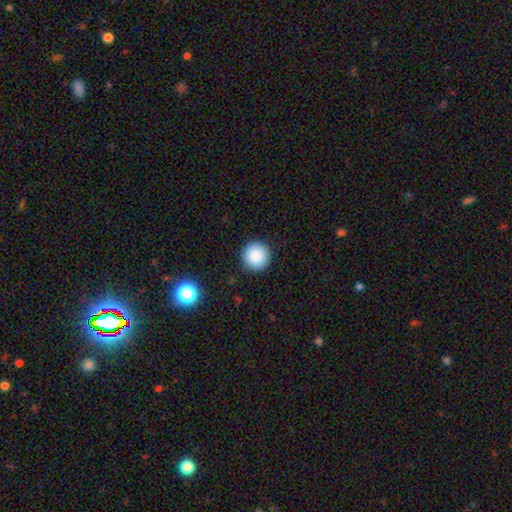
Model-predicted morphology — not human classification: A smooth galaxy with no disk features (88%) that is round (96%).

Vote fractions:
- Smooth or featured? smooth: 88% / star or artifact: 9% / featured or disk: 4%
- How rounded? round: 96% / in between: 3% / cigar-shaped: 1%
- Merging? none: 92% / minor disturbance: 5% / major disturbance: 2% / merger: 1%